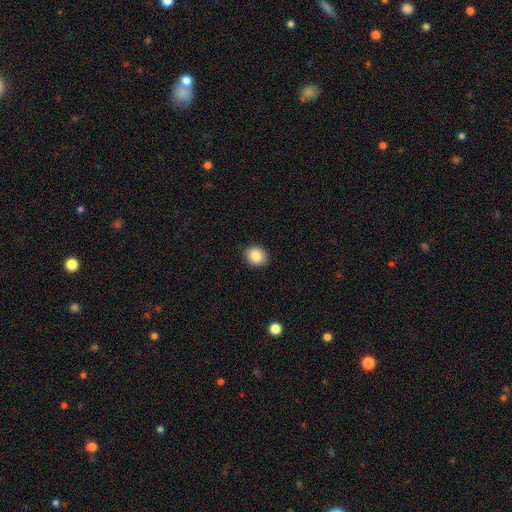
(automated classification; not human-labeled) smooth 85%, star or artifact 9%, featured or disk 6%. Down the decision tree: how rounded — round (66%); merging — none (89%).